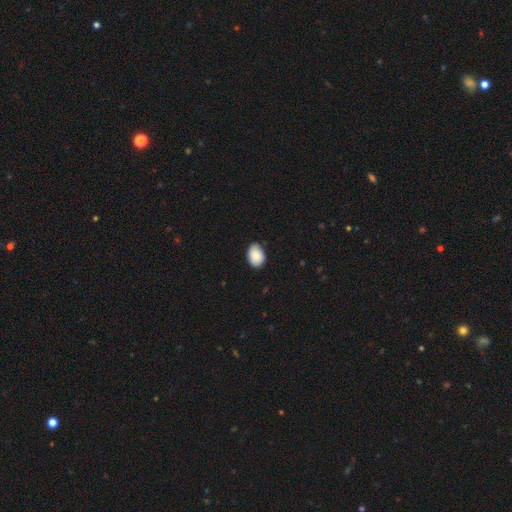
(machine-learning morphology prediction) smooth-or-featured: smooth: 88% | star or artifact: 7% | featured or disk: 5%
  how-rounded: in between: 83% | round: 16% | cigar-shaped: 1%
  merging: none: 77% | minor disturbance: 19% | major disturbance: 2% | merger: 1%